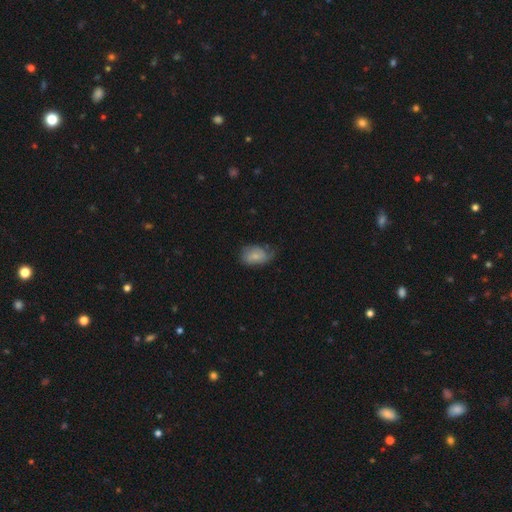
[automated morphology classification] A smooth galaxy with no disk features (63%) that is in between round and cigar-shaped (85%).

Vote fractions:
- Smooth or featured? smooth: 63% / featured or disk: 29% / star or artifact: 7%
- How rounded? in between: 85% / round: 14% / cigar-shaped: 1%
- Merging? none: 42% / minor disturbance: 39% / major disturbance: 17% / merger: 2%